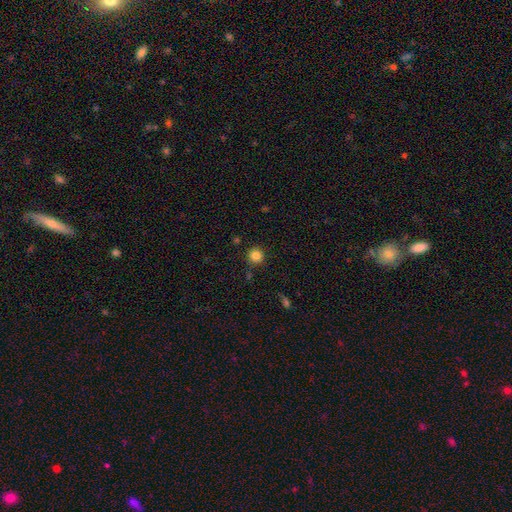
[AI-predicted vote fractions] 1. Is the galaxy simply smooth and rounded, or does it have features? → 84% smooth, 11% star or artifact, 5% featured or disk.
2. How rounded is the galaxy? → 94% round, 5% in between, 1% cigar-shaped.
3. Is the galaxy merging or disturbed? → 88% none, 7% minor disturbance, 3% merger, 2% major disturbance.